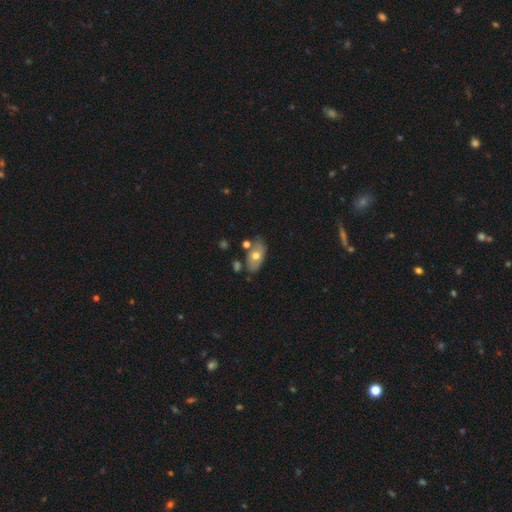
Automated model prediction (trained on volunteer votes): Q: Smooth or featured?
A: smooth (57%); runner-up: featured or disk (35%)
Q: How rounded?
A: in between (90%); runner-up: round (8%)
Q: Merging?
A: none (66%); runner-up: minor disturbance (18%)